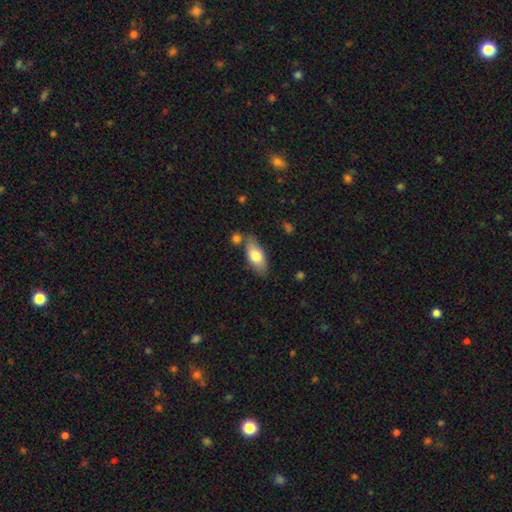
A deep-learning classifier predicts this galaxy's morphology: A smooth galaxy with no disk features (74%) that is in between round and cigar-shaped (83%). Merging: none (73%).